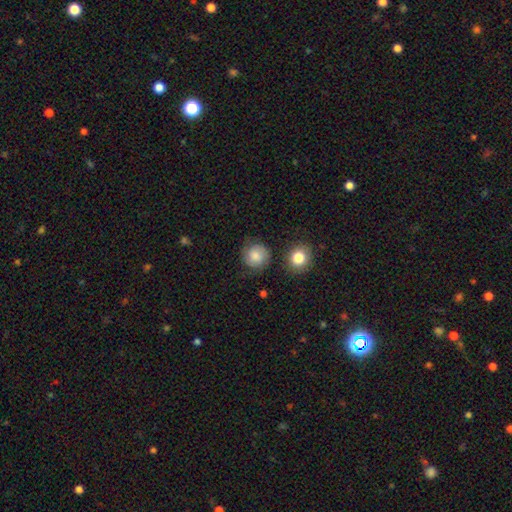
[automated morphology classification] This appears to be a smooth galaxy with no disk features (75%) that is round (90%). Merging: none (76%).